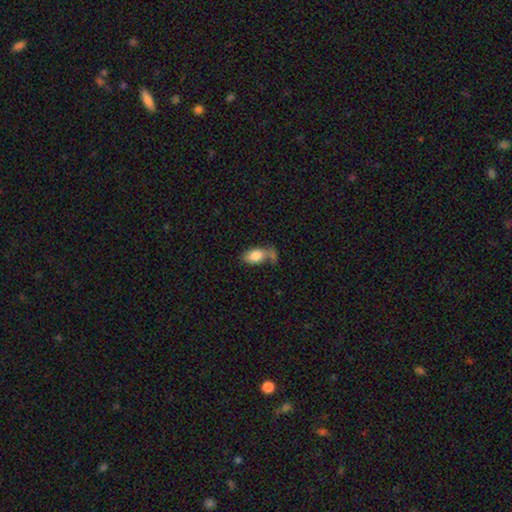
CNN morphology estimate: Smooth or featured?
  - smooth: 80% *
  - featured or disk: 12%
  - star or artifact: 7%
How rounded?
  - in between: 88% *
  - round: 9%
  - cigar-shaped: 3%
Merging?
  - none: 38% *
  - merger: 25%
  - minor disturbance: 21%
  - major disturbance: 16%